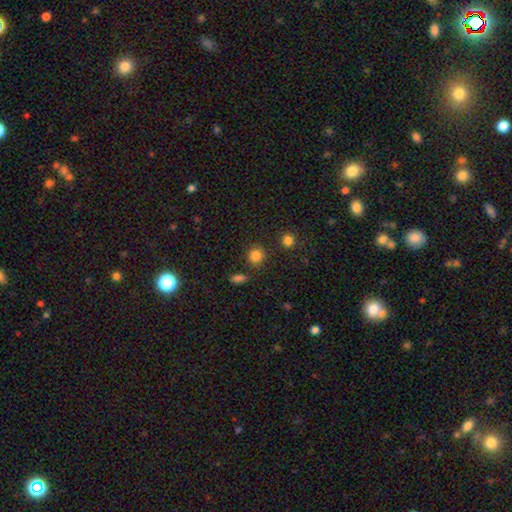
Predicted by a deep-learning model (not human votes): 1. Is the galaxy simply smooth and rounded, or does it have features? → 83% smooth, 12% star or artifact, 4% featured or disk.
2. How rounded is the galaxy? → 89% round, 10% in between, 1% cigar-shaped.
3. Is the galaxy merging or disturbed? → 83% none, 8% minor disturbance, 5% merger, 3% major disturbance.